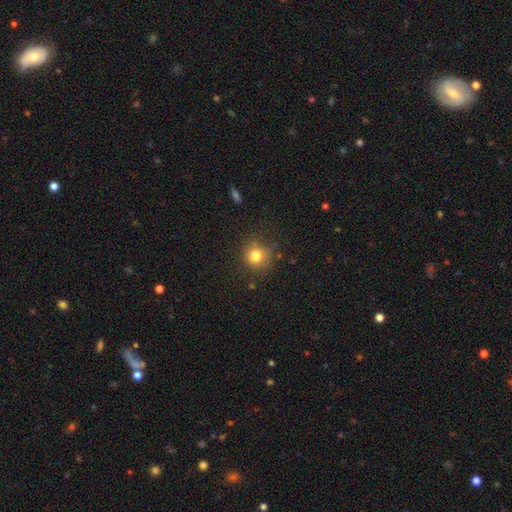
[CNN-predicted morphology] Overall: smooth (80%). How rounded: round (89%). Merging: none (78%).